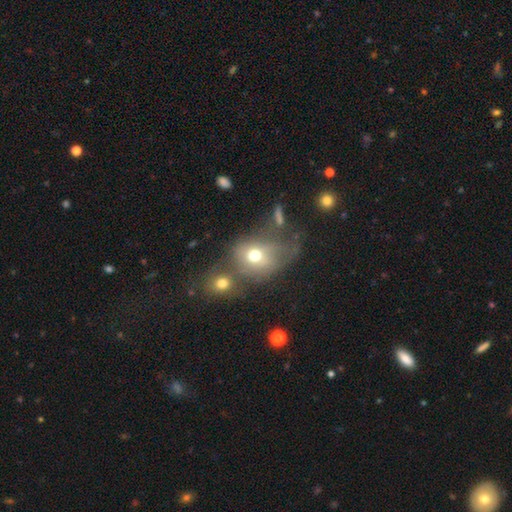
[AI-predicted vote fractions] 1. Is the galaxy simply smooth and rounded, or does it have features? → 62% smooth, 23% featured or disk, 15% star or artifact.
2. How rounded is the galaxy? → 53% round, 46% in between, 1% cigar-shaped.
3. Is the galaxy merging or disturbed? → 33% merger, 28% none, 20% major disturbance, 19% minor disturbance.